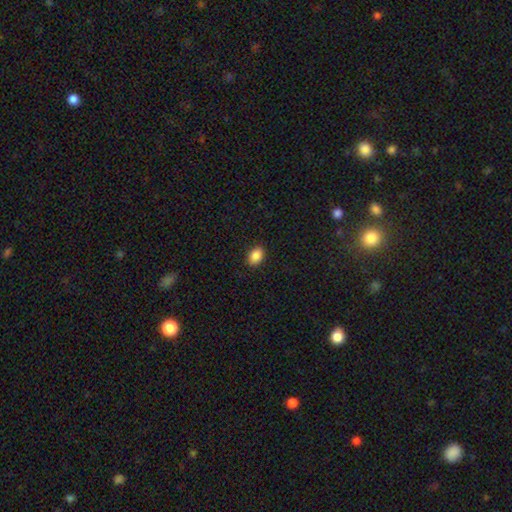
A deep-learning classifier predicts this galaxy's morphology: The model was most divided on "how rounded": in between: 79%, round: 19%, cigar-shaped: 1%. More confident: merging — none (89%); smooth or featured — smooth (89%).